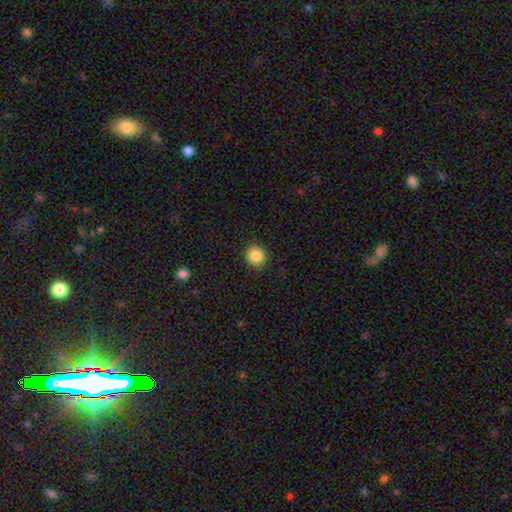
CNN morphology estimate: smooth-or-featured: smooth: 86% | star or artifact: 9% | featured or disk: 5%
  how-rounded: round: 81% | in between: 18% | cigar-shaped: 1%
  merging: none: 90% | minor disturbance: 7% | major disturbance: 2% | merger: 1%